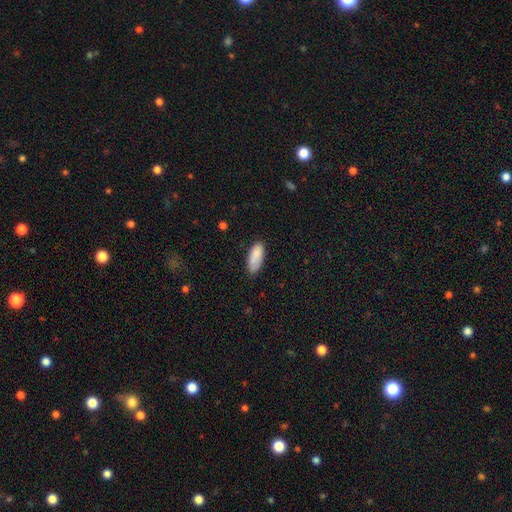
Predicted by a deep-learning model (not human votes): Smooth or featured?
  - smooth: 88% *
  - star or artifact: 6%
  - featured or disk: 6%
How rounded?
  - in between: 85% *
  - cigar-shaped: 13%
  - round: 2%
Merging?
  - none: 77% *
  - minor disturbance: 19%
  - major disturbance: 3%
  - merger: 1%